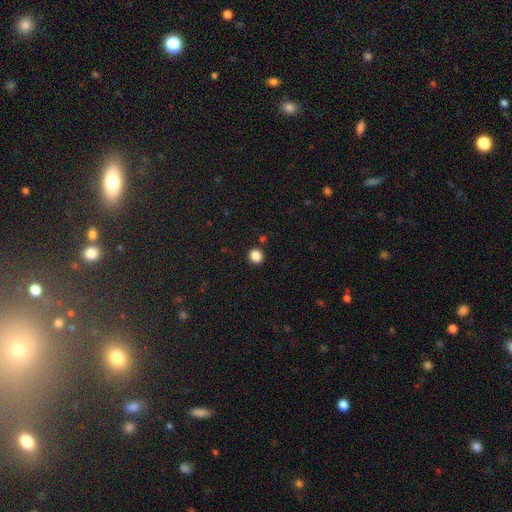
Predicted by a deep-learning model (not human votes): This appears to be a smooth galaxy with no disk features (85%) that is round (87%). Merging: none (90%).